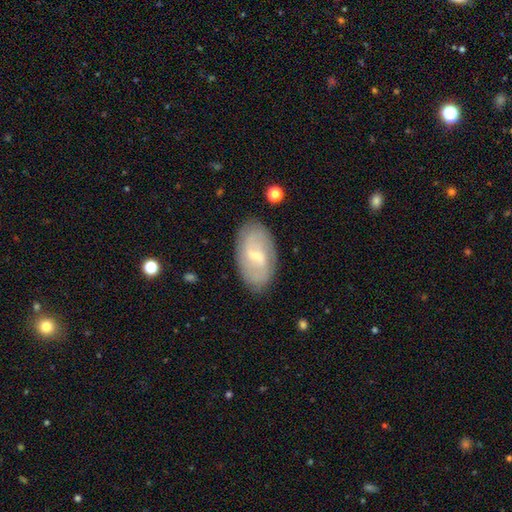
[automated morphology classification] This is likely a featured or disk galaxy (62%). It is clearly not viewed edge-on (94%). Bar: likely weak (61%). Spiral arm pattern: likely yes (77%). Central bulge: possibly small (58%). Merging: clearly none (80%).